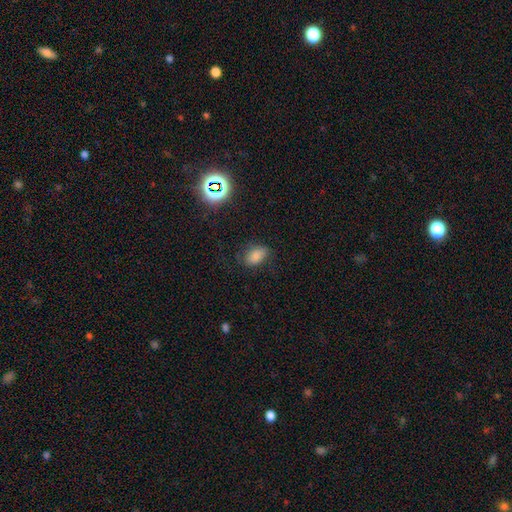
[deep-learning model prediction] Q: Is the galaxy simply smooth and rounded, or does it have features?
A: smooth — 74%.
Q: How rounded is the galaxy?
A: in between — 84%.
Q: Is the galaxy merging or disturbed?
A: none — 73%.